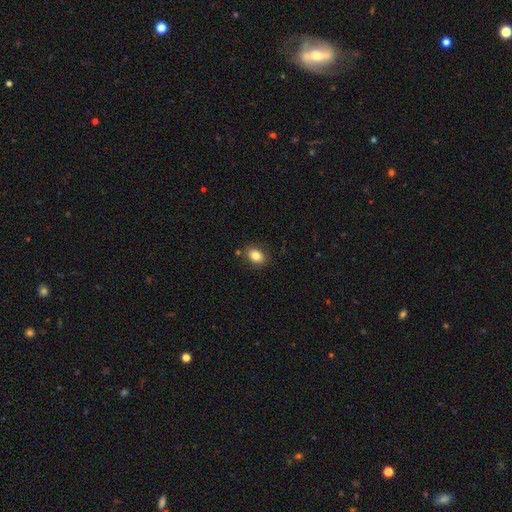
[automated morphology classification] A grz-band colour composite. It shows a smooth galaxy with no disk features (83%) that is in between round and cigar-shaped (66%). Merging: none (82%).